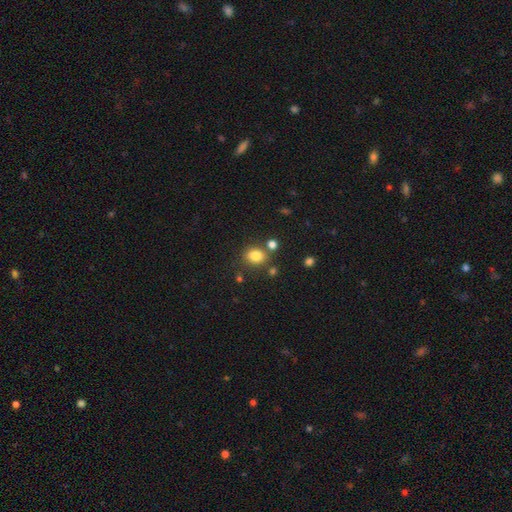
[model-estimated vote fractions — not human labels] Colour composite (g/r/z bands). It shows a smooth galaxy with no disk features (82%) that is in between round and cigar-shaped (52%). Merging: none (73%).